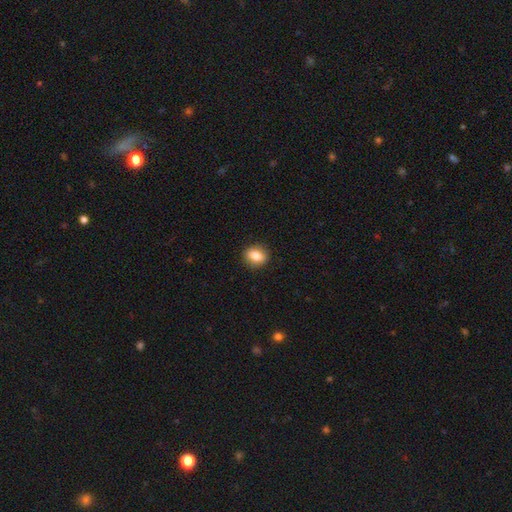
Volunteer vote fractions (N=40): This appears to be a smooth galaxy with no disk features (78%) that is round (52%). Merging: none (97%).